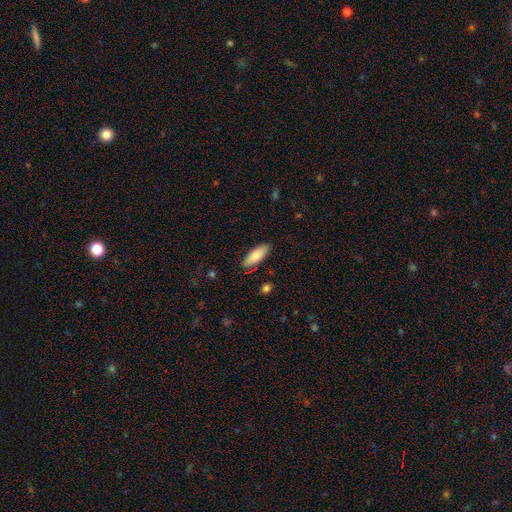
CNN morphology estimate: Q: Smooth or featured?
A: smooth (82%); runner-up: featured or disk (12%)
Q: How rounded?
A: in between (70%); runner-up: cigar-shaped (29%)
Q: Merging?
A: none (86%); runner-up: minor disturbance (11%)